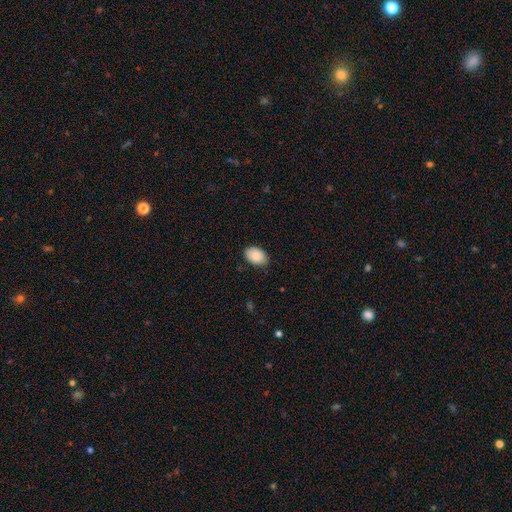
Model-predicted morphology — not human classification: Q: Smooth or featured?
A: smooth (89%); runner-up: star or artifact (7%)
Q: How rounded?
A: in between (87%); runner-up: round (12%)
Q: Merging?
A: none (82%); runner-up: minor disturbance (15%)